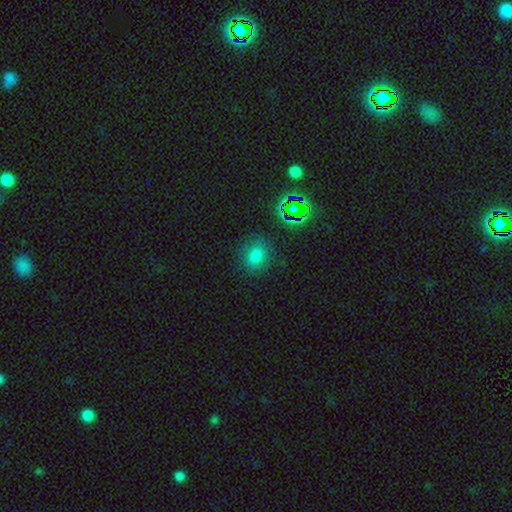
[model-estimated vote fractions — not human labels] Overall: smooth (73%). How rounded: round (69%; in between 30%). Merging: none (83%).